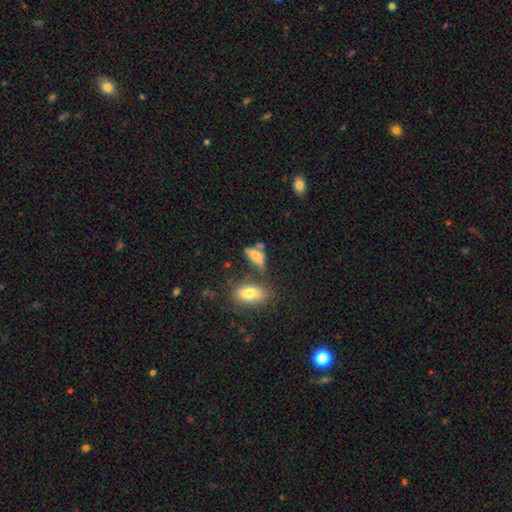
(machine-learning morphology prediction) Q: Smooth or featured?
A: smooth (62%); runner-up: featured or disk (25%)
Q: How rounded?
A: in between (74%); runner-up: cigar-shaped (18%)
Q: Merging?
A: none (43%); runner-up: merger (24%)